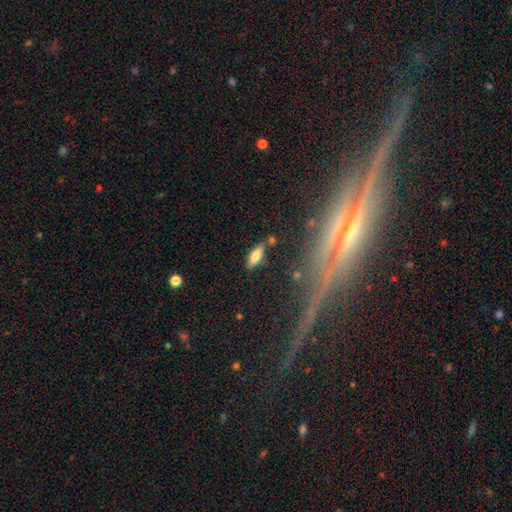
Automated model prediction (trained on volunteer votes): Smooth or featured? Predicted: smooth (p=0.73). How rounded? Predicted: in between (p=0.69). Merging? Predicted: none (p=0.78).